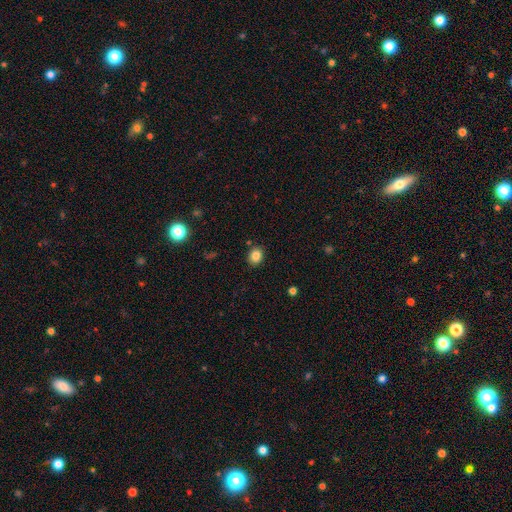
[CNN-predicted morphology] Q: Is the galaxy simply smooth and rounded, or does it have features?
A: smooth — 84%.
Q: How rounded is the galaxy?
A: round — 59%.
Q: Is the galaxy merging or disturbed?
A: none — 87%.